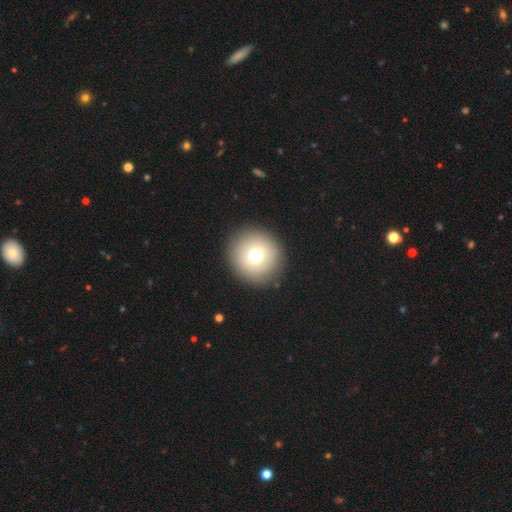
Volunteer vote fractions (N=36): smooth 94%, featured or disk 3%, star or artifact 3%. Down the decision tree: how rounded — round (88%); merging — none (86%).